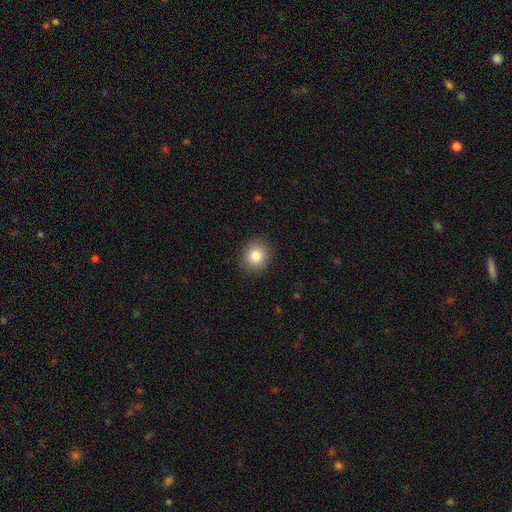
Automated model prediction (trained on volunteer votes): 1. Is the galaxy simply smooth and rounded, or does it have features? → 83% smooth, 10% star or artifact, 7% featured or disk.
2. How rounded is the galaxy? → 82% round, 17% in between, 1% cigar-shaped.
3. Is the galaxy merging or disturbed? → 91% none, 6% minor disturbance, 2% major disturbance, 1% merger.